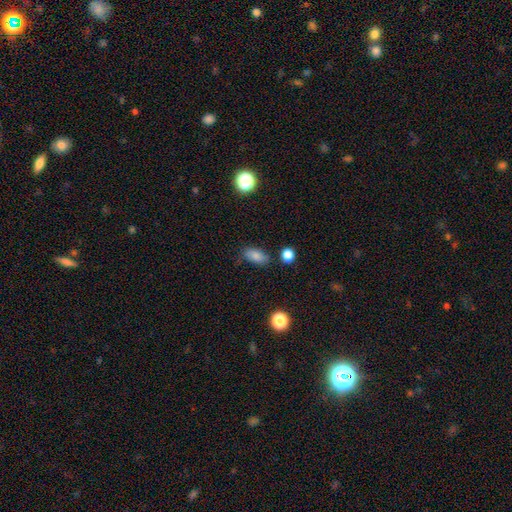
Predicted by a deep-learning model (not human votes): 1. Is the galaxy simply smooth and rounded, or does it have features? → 82% smooth, 10% star or artifact, 8% featured or disk.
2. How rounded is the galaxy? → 89% in between, 6% round, 6% cigar-shaped.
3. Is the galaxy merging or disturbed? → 75% none, 17% minor disturbance, 4% major disturbance, 4% merger.